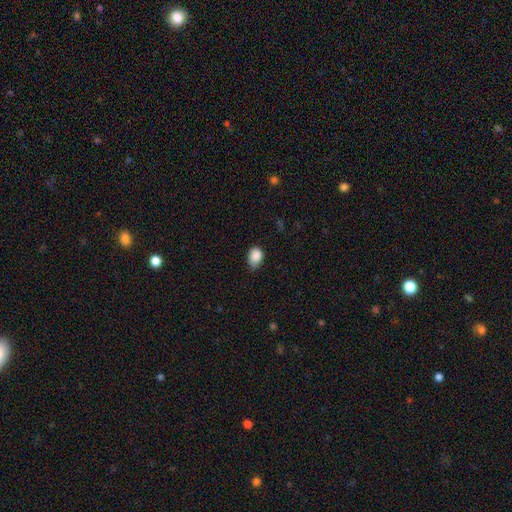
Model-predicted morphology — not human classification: smooth-or-featured: smooth: 88% | star or artifact: 8% | featured or disk: 4%
  how-rounded: in between: 72% | round: 27% | cigar-shaped: 1%
  merging: none: 56% | minor disturbance: 37% | major disturbance: 6% | merger: 1%